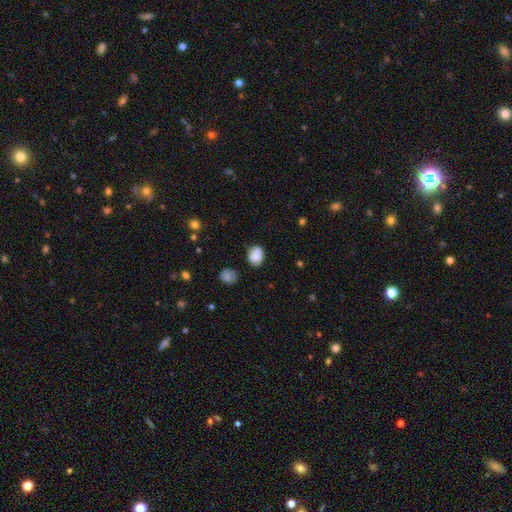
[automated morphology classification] The model was most divided on "how rounded": in between: 58%, round: 41%, cigar-shaped: 1%. More confident: smooth or featured — smooth (74%); merging — none (55%).